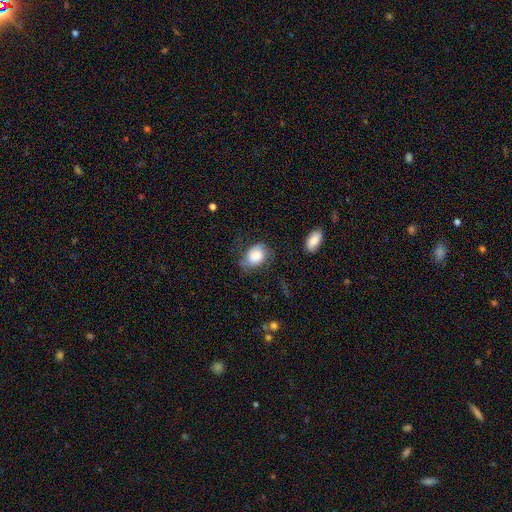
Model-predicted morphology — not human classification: This is likely a smooth galaxy (68%). How rounded: likely in between (67%). Merging: possibly none (47%).